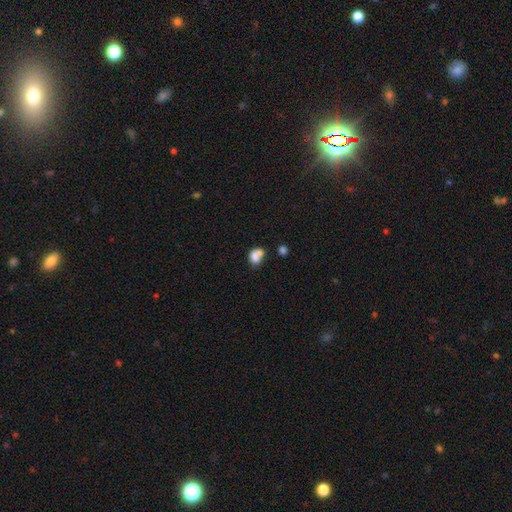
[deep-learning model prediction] This is likely a smooth galaxy (74%). How rounded: possibly in between (59%). Merging: possibly merger (53%).